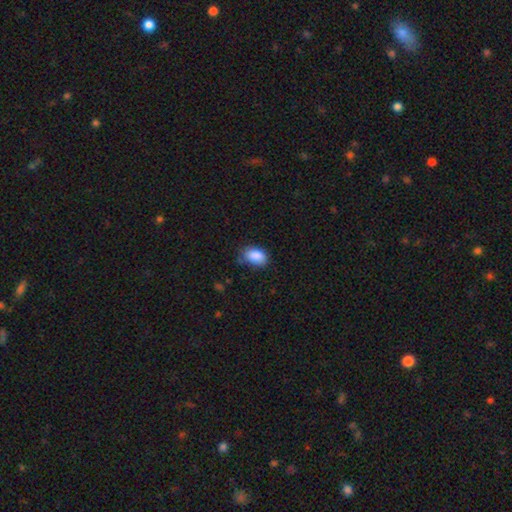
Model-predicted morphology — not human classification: A smooth galaxy with no disk features (88%) that is in between round and cigar-shaped (89%). Merging: none (72%).